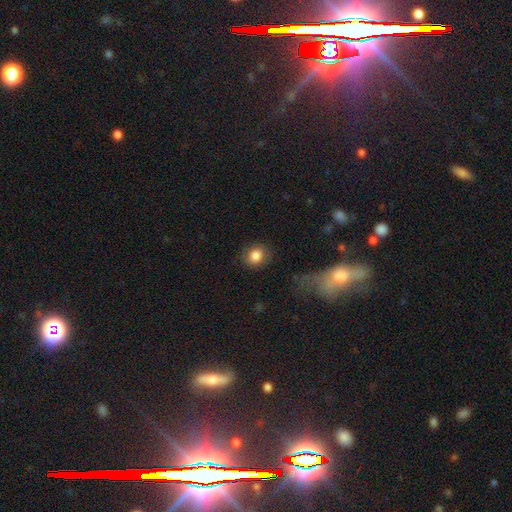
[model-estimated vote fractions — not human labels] A smooth galaxy with no disk features (84%) that is round (61%).

Vote fractions:
- Smooth or featured? smooth: 84% / star or artifact: 9% / featured or disk: 7%
- How rounded? round: 61% / in between: 38% / cigar-shaped: 1%
- Merging? none: 83% / minor disturbance: 12% / major disturbance: 4% / merger: 1%